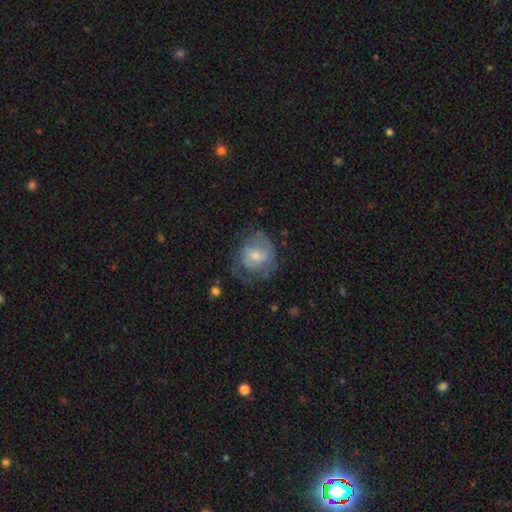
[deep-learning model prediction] Overall: featured or disk (56%; smooth 36%). Edge-on disk: no (97%). Bar: no (56%; weak 37%). Spiral arms: yes (72%). Bulge size: small (46%; moderate 42%). Merging: none (52%; minor disturbance 24%).